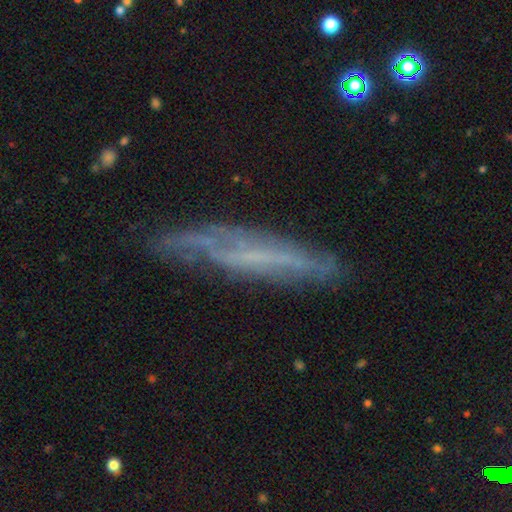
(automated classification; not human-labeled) smooth_or_featured: featured or disk (p=0.62) [alt: smooth p=0.27]
disk_edge_on: yes (p=0.61) [alt: no p=0.39]
merging: none (p=0.67) [alt: minor disturbance p=0.22]